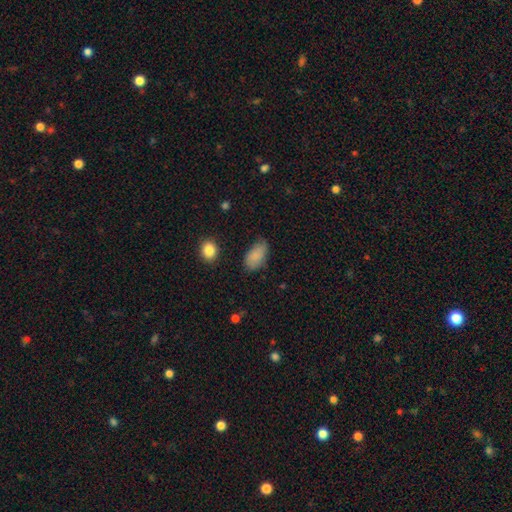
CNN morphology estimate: Smooth or featured?
  - smooth: 84% *
  - star or artifact: 8%
  - featured or disk: 8%
How rounded?
  - in between: 93% *
  - round: 5%
  - cigar-shaped: 2%
Merging?
  - none: 62% *
  - minor disturbance: 29%
  - major disturbance: 7%
  - merger: 2%